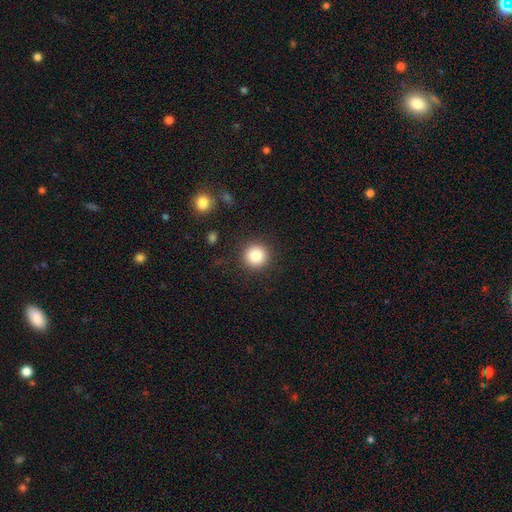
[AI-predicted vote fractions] A smooth galaxy with no disk features (84%) that is round (95%). Merging: none (90%).